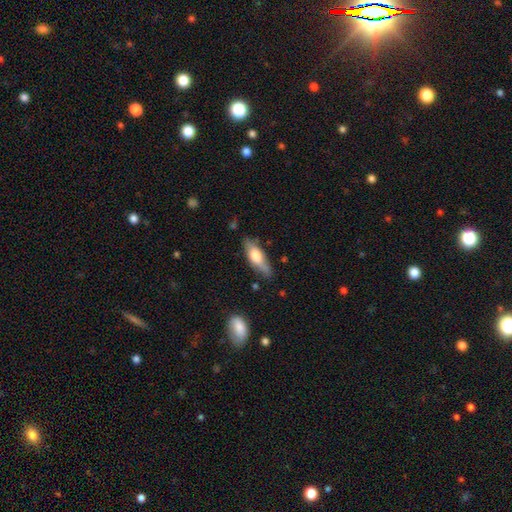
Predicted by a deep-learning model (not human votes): Smooth or featured? Predicted: smooth (p=0.58). How rounded? Predicted: in between (p=0.55). Merging? Predicted: none (p=0.75).